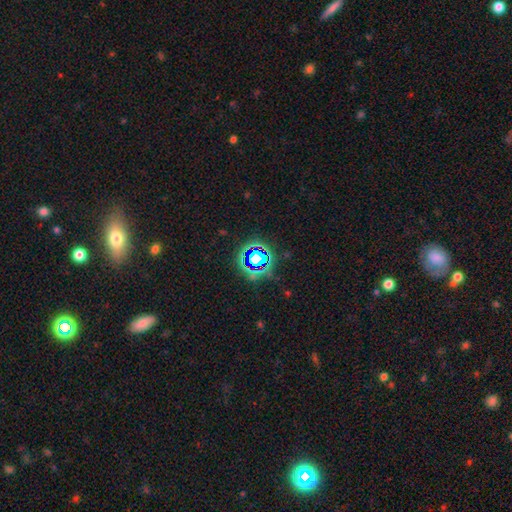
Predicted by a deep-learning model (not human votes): Morphology: type=star or artifact (70%).